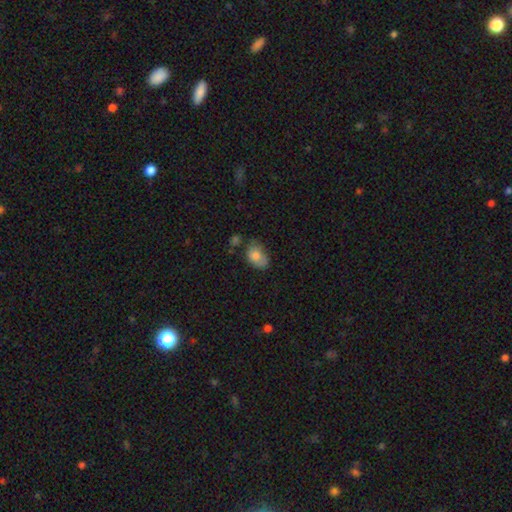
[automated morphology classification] A smooth galaxy with no disk features (78%) that is in between round and cigar-shaped (82%).

Vote fractions:
- Smooth or featured? smooth: 78% / featured or disk: 14% / star or artifact: 8%
- How rounded? in between: 82% / round: 17% / cigar-shaped: 1%
- Merging? none: 45% / minor disturbance: 36% / major disturbance: 13% / merger: 7%